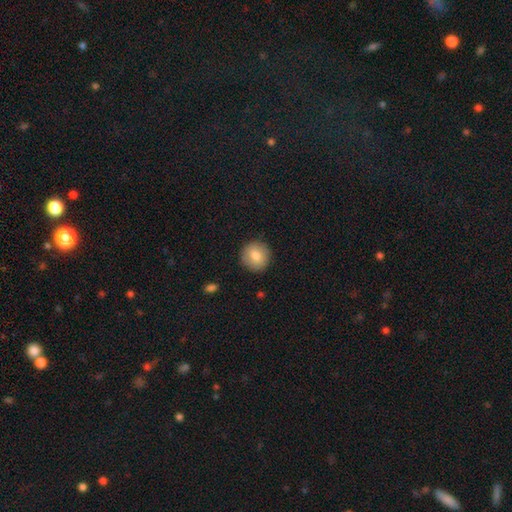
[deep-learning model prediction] This is clearly a smooth galaxy (81%). How rounded: clearly round (93%). Merging: clearly none (90%).